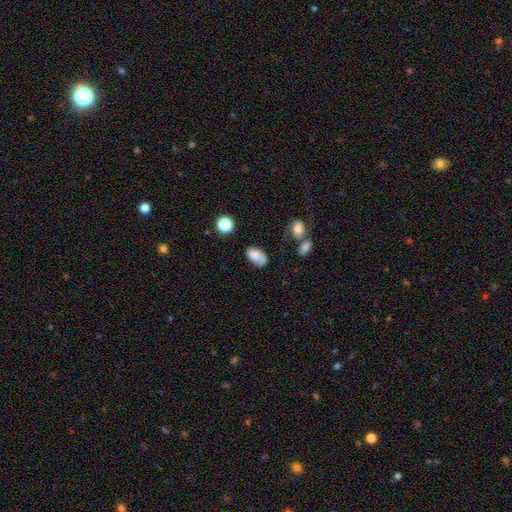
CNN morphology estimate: type=smooth (76%); roundness=in between (92%); merging=none (59%).